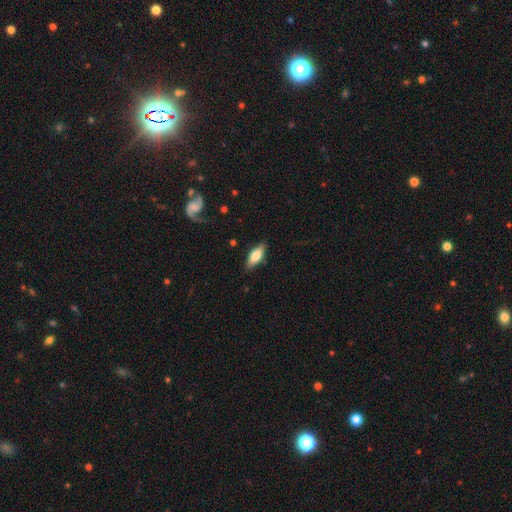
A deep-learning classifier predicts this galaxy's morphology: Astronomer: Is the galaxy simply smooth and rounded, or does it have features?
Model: smooth — 72%.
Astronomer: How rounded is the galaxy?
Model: in between — 78%.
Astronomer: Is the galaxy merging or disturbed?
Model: none — 83%.